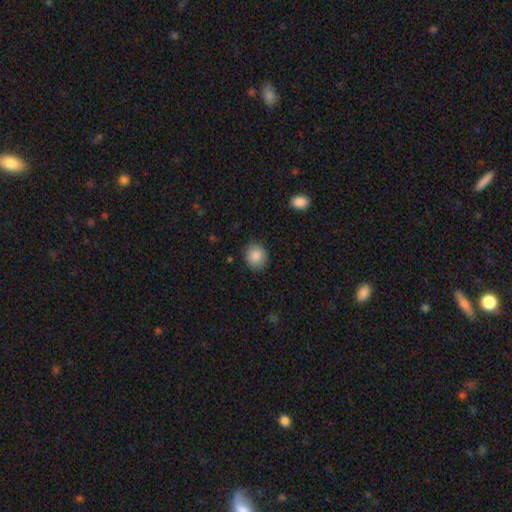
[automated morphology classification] smooth 88%, star or artifact 8%, featured or disk 4%. Down the decision tree: how rounded — round (78%); merging — none (86%).